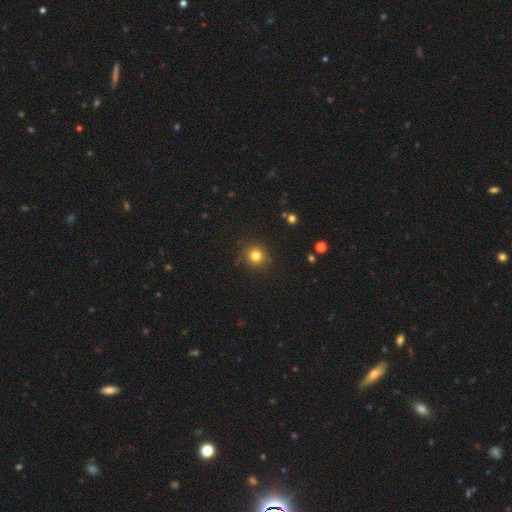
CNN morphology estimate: Smooth or featured: smooth — 79% (star or artifact — 14%)
How rounded: round — 92% (in between — 7%)
Merging: none — 85% (minor disturbance — 11%)